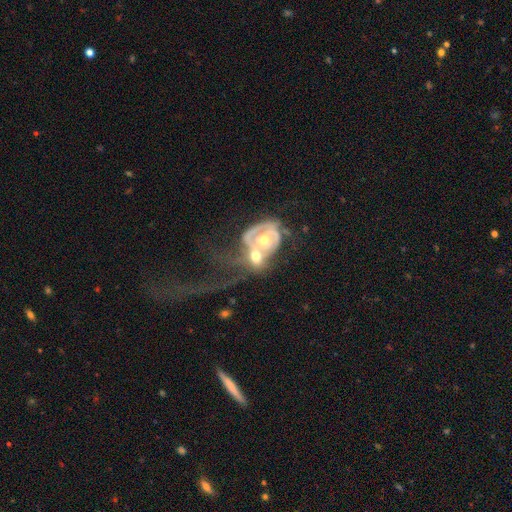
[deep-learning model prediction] The model was most divided on "spiral arms": yes: 64%, no: 36%. More confident: edge-on disk — no (95%); merging — merger (75%); bar — no (74%); bulge size — moderate (70%); smooth or featured — featured or disk (70%).